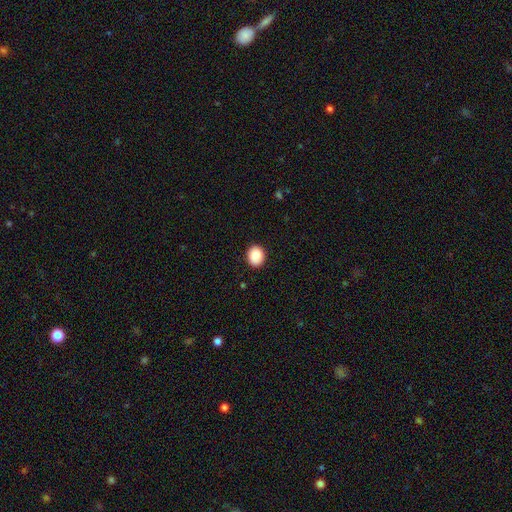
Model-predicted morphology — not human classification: A smooth galaxy with no disk features (88%) that is round (62%). Merging: none (91%).